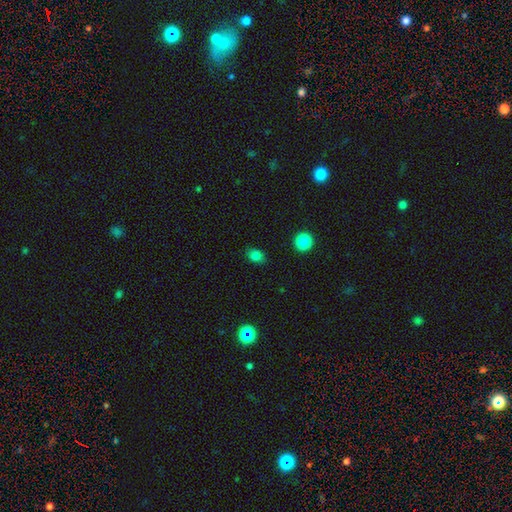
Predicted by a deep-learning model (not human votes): smooth_or_featured: smooth (p=0.81) [alt: star or artifact p=0.13]
how_rounded: in between (p=0.60) [alt: round p=0.39]
merging: none (p=0.85) [alt: minor disturbance p=0.11]